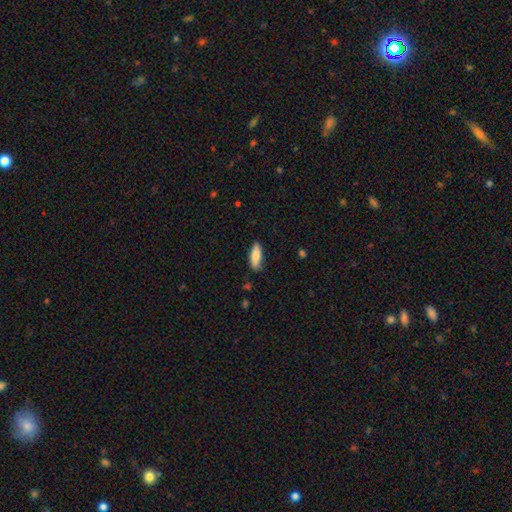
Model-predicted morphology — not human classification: Smooth or featured? smooth (81%)
How rounded? in between (61%)
Merging? none (82%)